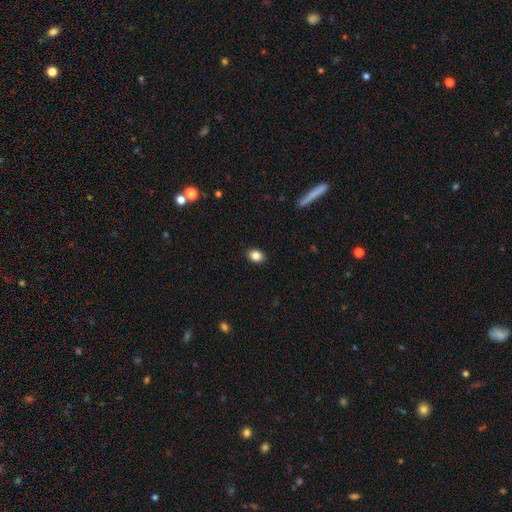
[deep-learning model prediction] smooth-or-featured: smooth: 85% | star or artifact: 9% | featured or disk: 5%
  how-rounded: in between: 65% | round: 34% | cigar-shaped: 1%
  merging: none: 90% | minor disturbance: 7% | major disturbance: 2% | merger: 1%